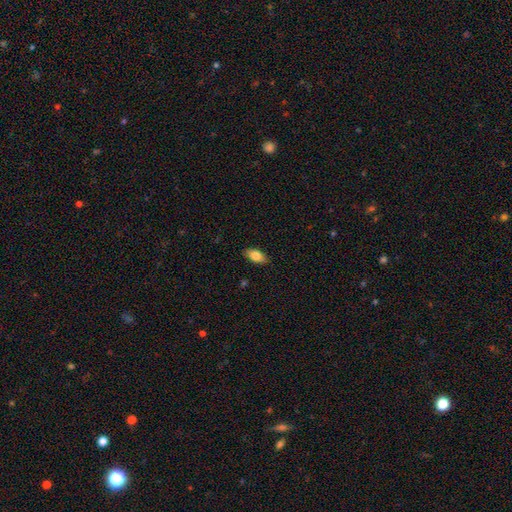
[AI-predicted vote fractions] A smooth galaxy with no disk features (81%) that is in between round and cigar-shaped (90%).

Vote fractions:
- Smooth or featured? smooth: 81% / featured or disk: 12% / star or artifact: 7%
- How rounded? in between: 90% / cigar-shaped: 6% / round: 3%
- Merging? none: 88% / minor disturbance: 10% / major disturbance: 2% / merger: 1%